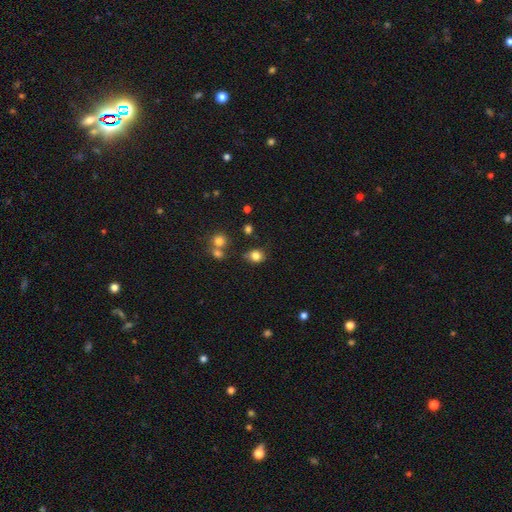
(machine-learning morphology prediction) Smooth or featured?
  - smooth: 82% *
  - star or artifact: 12%
  - featured or disk: 7%
How rounded?
  - round: 59% *
  - in between: 40%
  - cigar-shaped: 1%
Merging?
  - none: 71% *
  - minor disturbance: 18%
  - merger: 7%
  - major disturbance: 5%